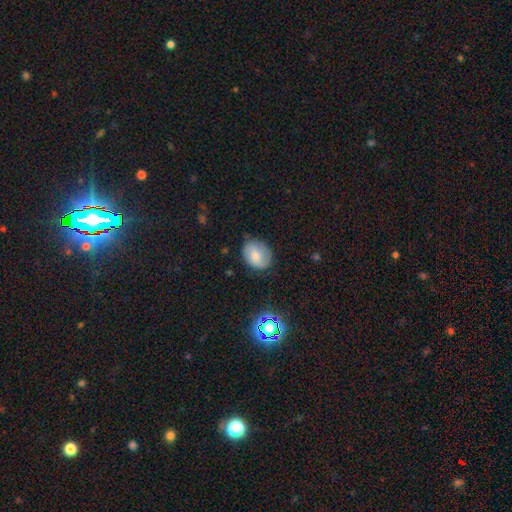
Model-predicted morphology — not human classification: Smooth or featured?
  - smooth: 59% *
  - featured or disk: 32%
  - star or artifact: 10%
How rounded?
  - in between: 51% *
  - round: 48%
  - cigar-shaped: 1%
Merging?
  - none: 76% *
  - minor disturbance: 18%
  - major disturbance: 5%
  - merger: 1%